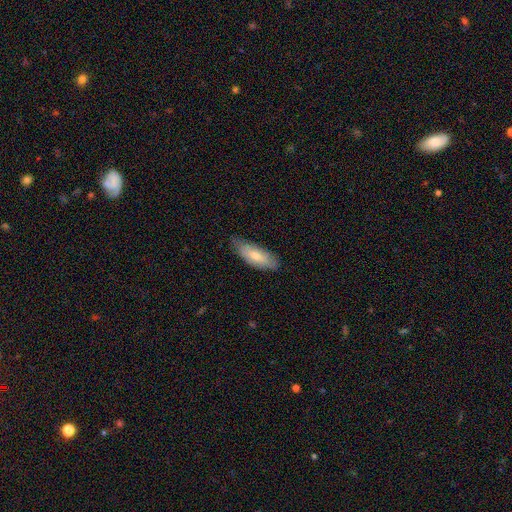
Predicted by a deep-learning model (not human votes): This is likely a smooth galaxy (72%). How rounded: likely in between (75%). Merging: likely none (73%).